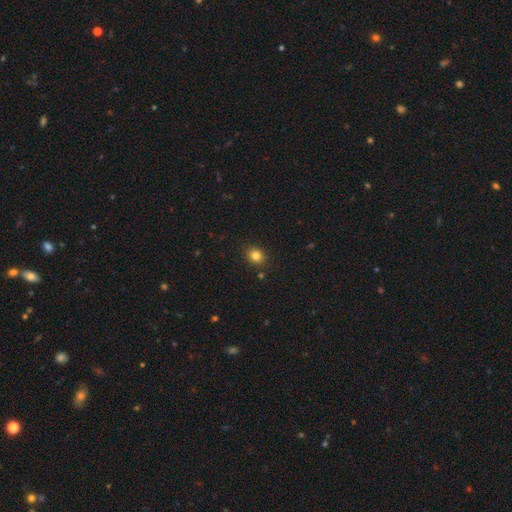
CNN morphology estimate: Overall: smooth (82%). How rounded: round (67%; in between 33%). Merging: none (87%).